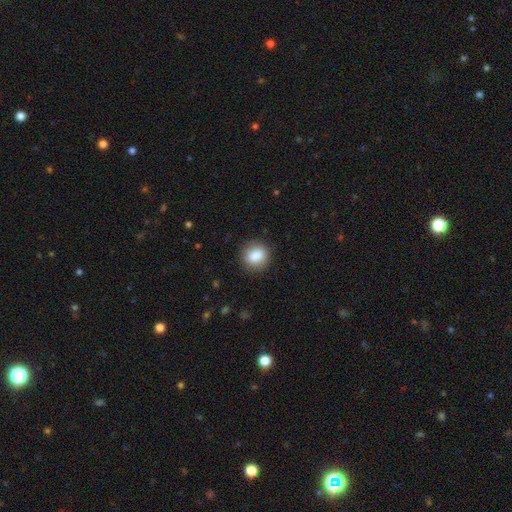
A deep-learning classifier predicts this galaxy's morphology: Q: Smooth or featured?
A: smooth (83%); runner-up: star or artifact (9%)
Q: How rounded?
A: round (75%); runner-up: in between (24%)
Q: Merging?
A: none (85%); runner-up: minor disturbance (11%)